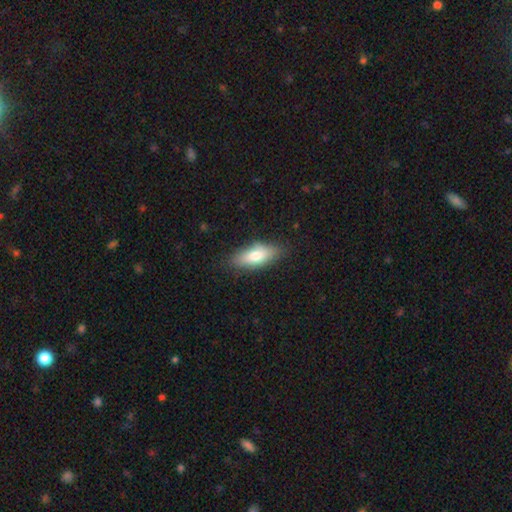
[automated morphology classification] A smooth galaxy with no disk features (75%) that is in between round and cigar-shaped (76%).

Vote fractions:
- Smooth or featured? smooth: 75% / featured or disk: 19% / star or artifact: 7%
- How rounded? in between: 76% / cigar-shaped: 21% / round: 3%
- Merging? none: 80% / minor disturbance: 15% / major disturbance: 3% / merger: 1%